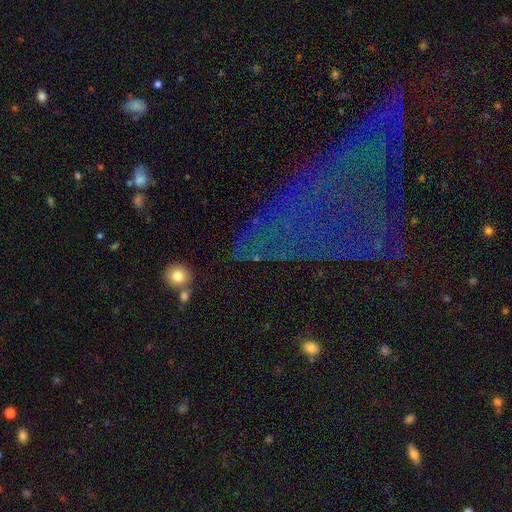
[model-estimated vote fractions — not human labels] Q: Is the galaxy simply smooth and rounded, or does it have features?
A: star or artifact — 47%.